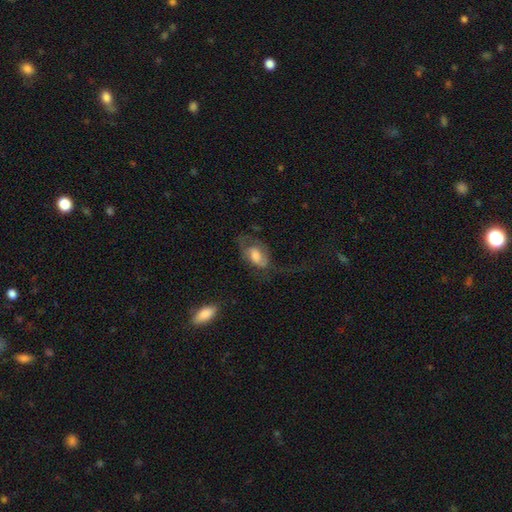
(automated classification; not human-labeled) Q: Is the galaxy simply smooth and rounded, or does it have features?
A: featured or disk — 47%.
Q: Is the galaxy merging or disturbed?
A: major disturbance — 41%.